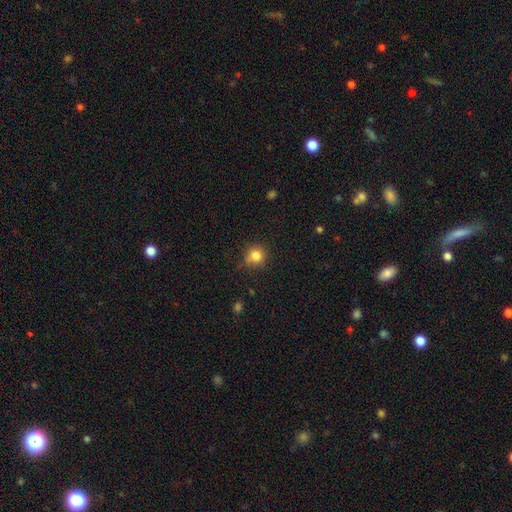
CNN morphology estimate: This appears to be a smooth galaxy with no disk features (82%) that is round (89%). Merging: none (73%).